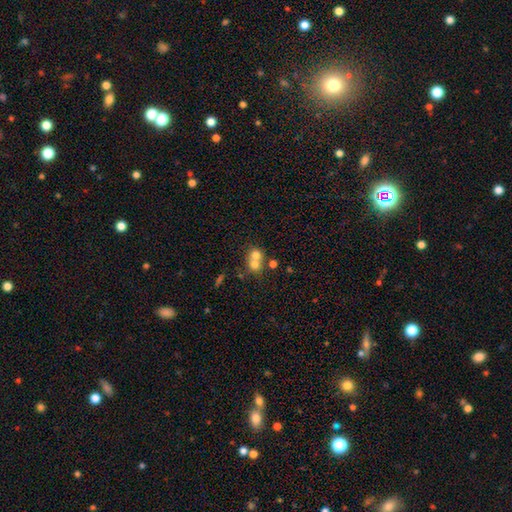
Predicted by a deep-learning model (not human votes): This appears to be a smooth galaxy with no disk features (69%) that is round (78%). Merging: merger (64%).